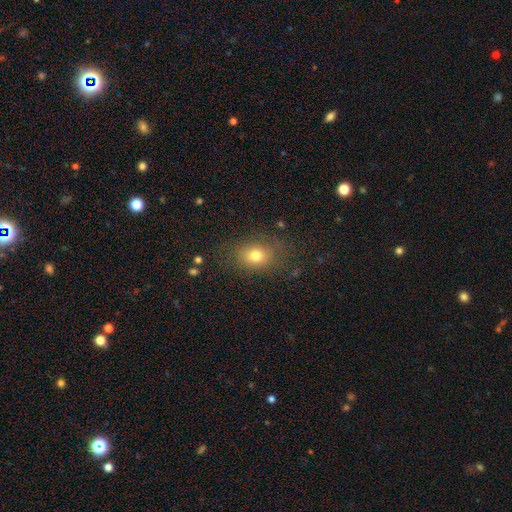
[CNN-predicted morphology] smooth_or_featured: smooth (p=0.76) [alt: star or artifact p=0.13]
how_rounded: in between (p=0.59) [alt: round p=0.40]
merging: none (p=0.78) [alt: minor disturbance p=0.14]